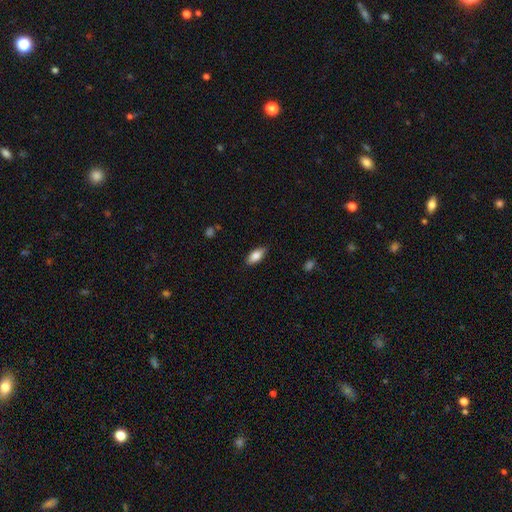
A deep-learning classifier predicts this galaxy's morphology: smooth_or_featured: smooth (p=0.82) [alt: featured or disk p=0.11]
how_rounded: in between (p=0.86) [alt: cigar-shaped p=0.11]
merging: none (p=0.85) [alt: minor disturbance p=0.12]